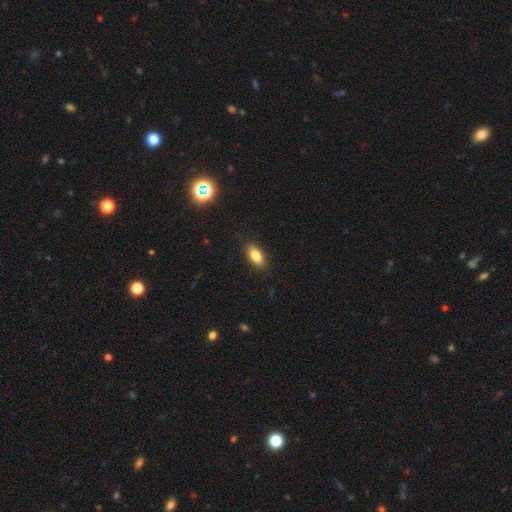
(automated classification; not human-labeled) smooth_or_featured: smooth (p=0.83) [alt: star or artifact p=0.08]
how_rounded: in between (p=0.88) [alt: cigar-shaped p=0.08]
merging: none (p=0.87) [alt: minor disturbance p=0.10]